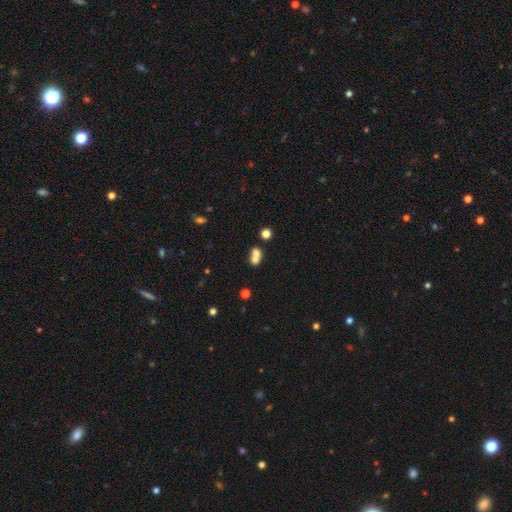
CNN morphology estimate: This appears to be a smooth galaxy with no disk features (69%) that is round (54%). Merging: merger (67%).